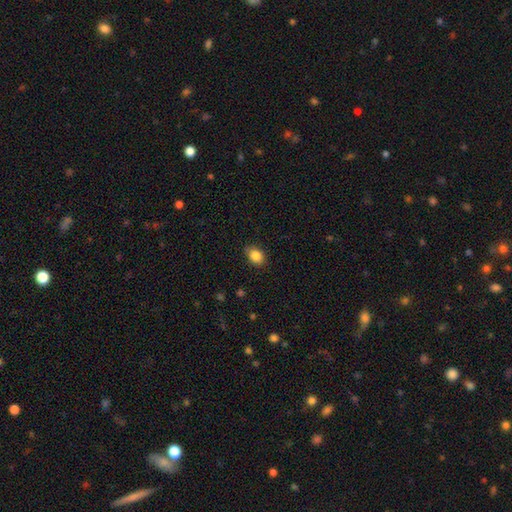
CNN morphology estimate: Smooth or featured? Predicted: smooth (p=0.86). How rounded? Predicted: in between (p=0.69). Merging? Predicted: none (p=0.83).